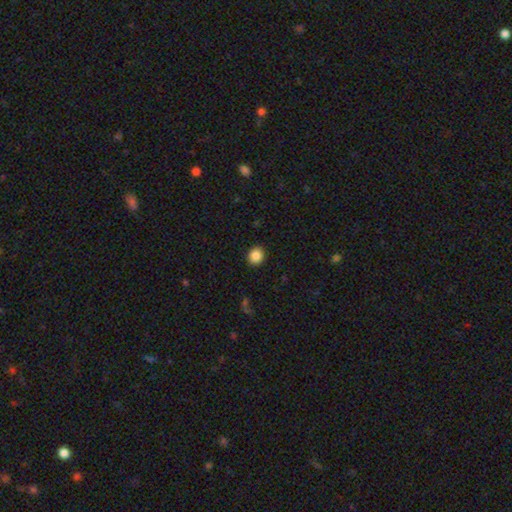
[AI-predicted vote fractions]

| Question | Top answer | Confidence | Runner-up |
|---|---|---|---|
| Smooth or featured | smooth | 87% | star or artifact (9%) |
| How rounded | round | 79% | in between (21%) |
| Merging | none | 92% | minor disturbance (6%) |